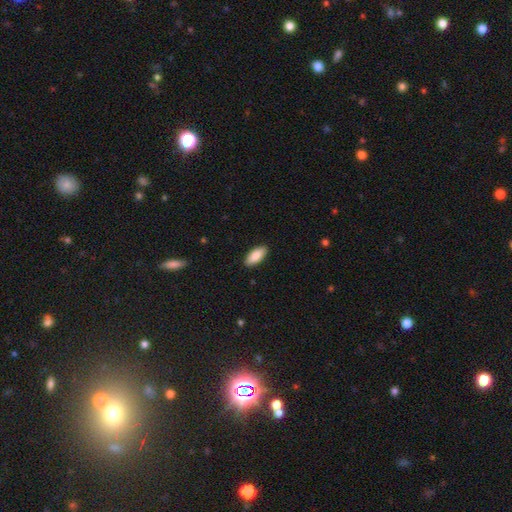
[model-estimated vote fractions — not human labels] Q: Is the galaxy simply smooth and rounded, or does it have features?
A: smooth — 88%.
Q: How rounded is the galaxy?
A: in between — 88%.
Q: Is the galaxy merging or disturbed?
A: none — 90%.